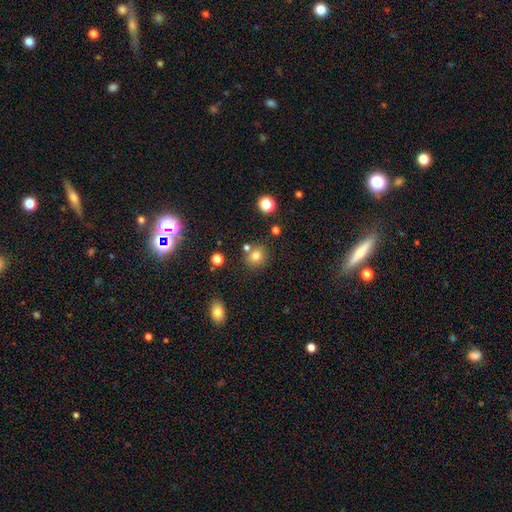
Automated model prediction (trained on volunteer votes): Smooth or featured? Predicted: smooth (p=0.77). How rounded? Predicted: round (p=0.78). Merging? Predicted: none (p=0.74).